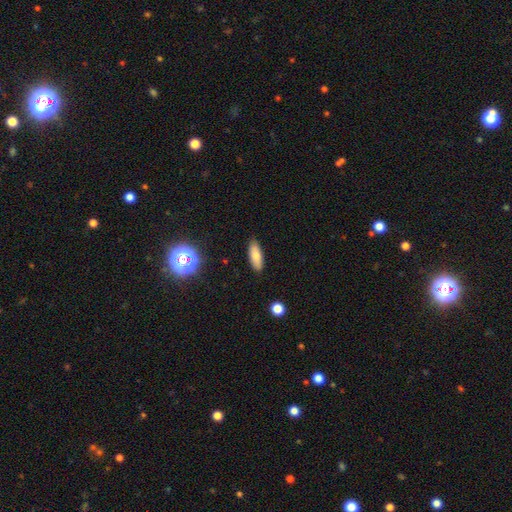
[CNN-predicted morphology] smooth 75%, featured or disk 16%, star or artifact 9%. Down the decision tree: how rounded — in between (67%); merging — none (88%).